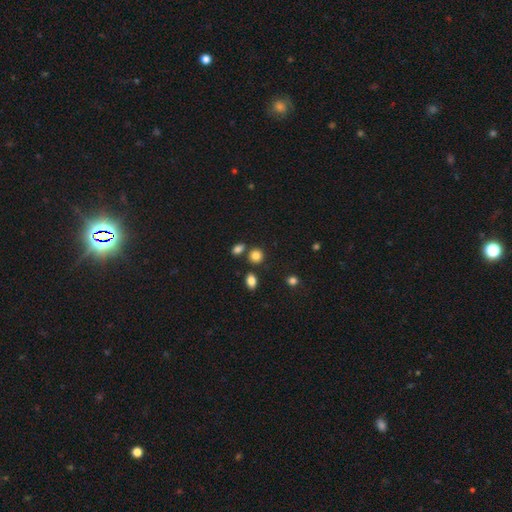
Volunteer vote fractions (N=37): Smooth or featured? 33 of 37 (89%) said smooth. How rounded? 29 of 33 (88%) said round. Merging? 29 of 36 (81%) said none.